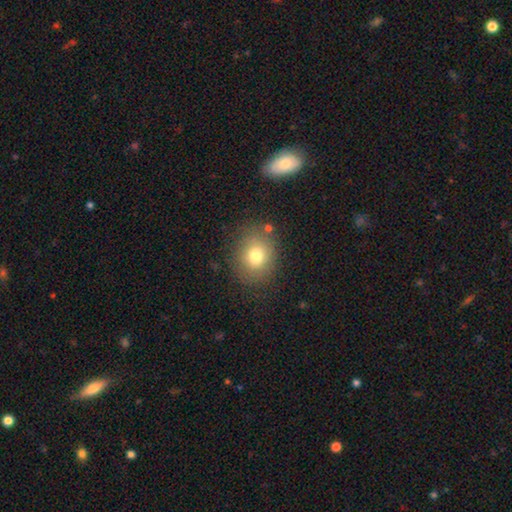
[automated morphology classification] Smooth or featured?
  - smooth: 76% *
  - star or artifact: 12%
  - featured or disk: 12%
How rounded?
  - round: 62% *
  - in between: 37%
  - cigar-shaped: 1%
Merging?
  - none: 81% *
  - minor disturbance: 12%
  - major disturbance: 5%
  - merger: 3%